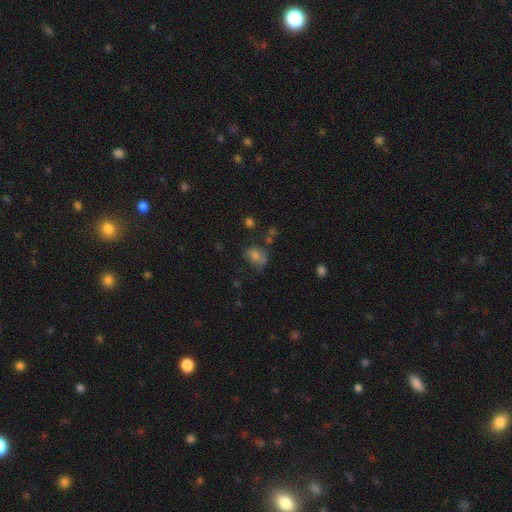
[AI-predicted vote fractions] smooth 56%, featured or disk 27%, star or artifact 17%. Down the decision tree: how rounded — round (50%); merging — none (47%).